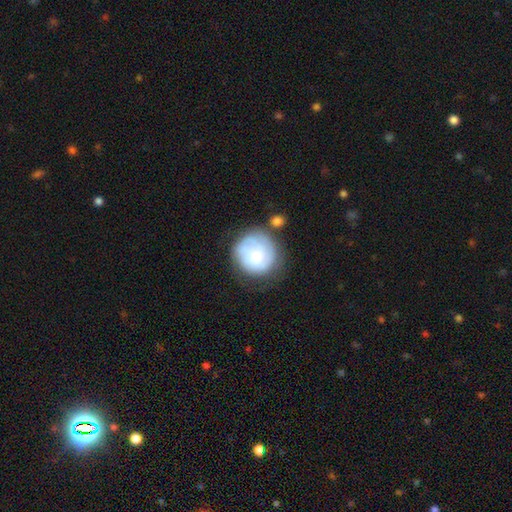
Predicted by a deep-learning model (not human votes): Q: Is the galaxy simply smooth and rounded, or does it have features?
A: smooth — 49%.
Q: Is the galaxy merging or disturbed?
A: none — 62%.